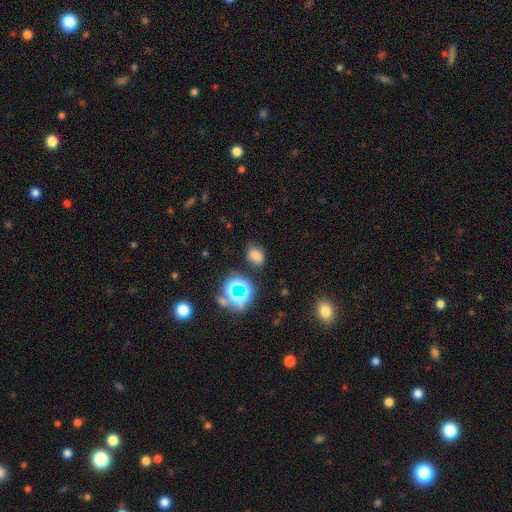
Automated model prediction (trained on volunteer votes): Smooth or featured? Predicted: smooth (p=0.67). How rounded? Predicted: in between (p=0.73). Merging? Predicted: none (p=0.70).